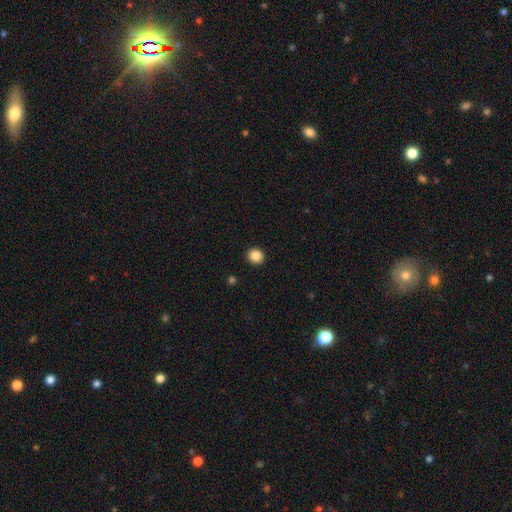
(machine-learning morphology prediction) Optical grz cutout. It shows a smooth galaxy with no disk features (86%) that is round (88%). Merging: none (93%).